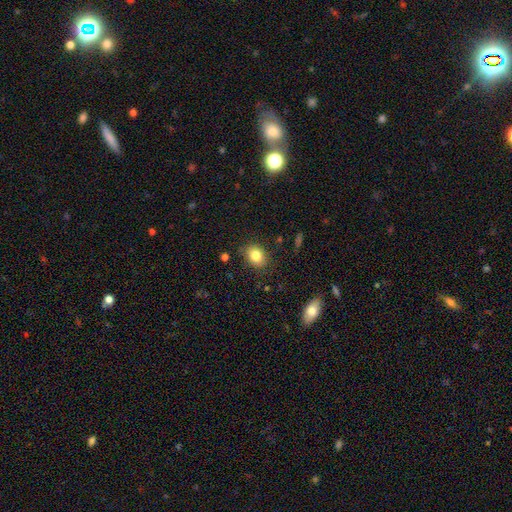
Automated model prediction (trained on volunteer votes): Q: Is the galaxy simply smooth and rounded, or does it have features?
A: smooth — 82%.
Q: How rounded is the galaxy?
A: in between — 55%.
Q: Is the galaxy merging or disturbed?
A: none — 83%.